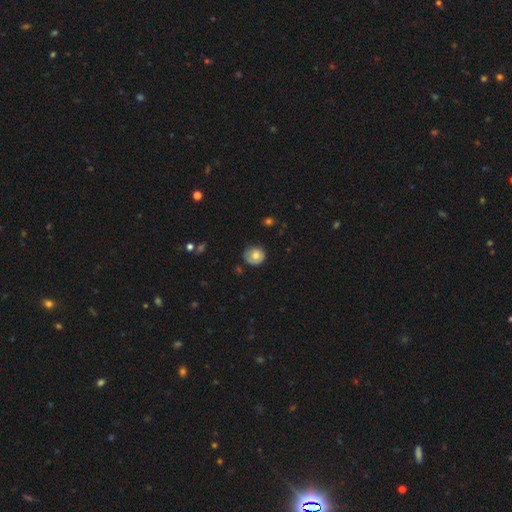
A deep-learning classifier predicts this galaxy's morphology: Smooth or featured: smooth — 75% (featured or disk — 17%)
How rounded: round — 84% (in between — 15%)
Merging: none — 71% (minor disturbance — 23%)